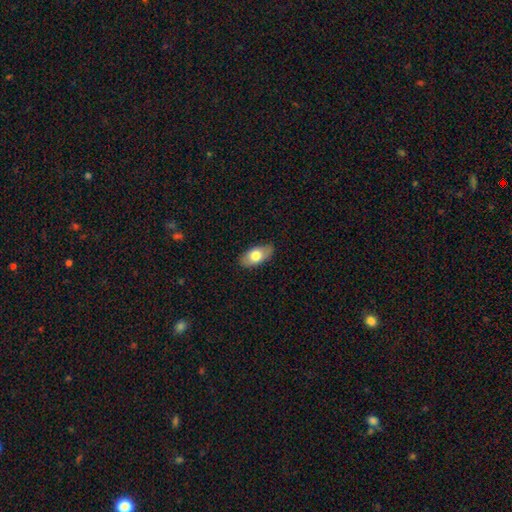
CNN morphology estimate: Overall: smooth (73%). How rounded: in between (92%). Merging: none (85%).